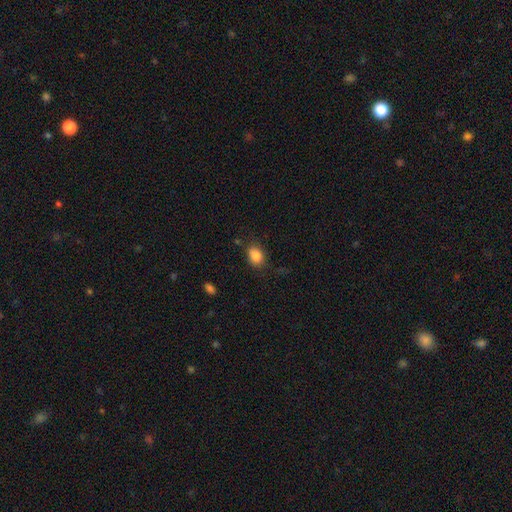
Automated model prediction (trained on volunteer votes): Smooth or featured?
  - smooth: 85% *
  - star or artifact: 9%
  - featured or disk: 6%
How rounded?
  - in between: 65% *
  - round: 34%
  - cigar-shaped: 1%
Merging?
  - none: 78% *
  - minor disturbance: 16%
  - major disturbance: 4%
  - merger: 2%